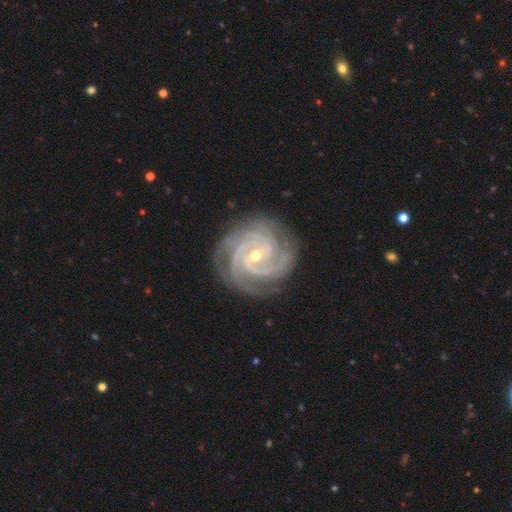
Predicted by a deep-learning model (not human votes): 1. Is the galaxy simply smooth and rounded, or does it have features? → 94% featured or disk, 4% star or artifact, 3% smooth.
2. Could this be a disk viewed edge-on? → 98% no, 2% yes.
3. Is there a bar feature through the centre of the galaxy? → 42% no, 40% weak, 18% strong.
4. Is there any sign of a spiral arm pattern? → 99% yes, 1% no.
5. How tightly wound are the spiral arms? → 78% tight, 20% medium, 2% loose.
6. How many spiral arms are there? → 35% 3, 31% 4, 10% 2, 10% can't tell, 8% more than 4, 6% 1.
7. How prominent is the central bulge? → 56% small, 42% moderate, 1% large, 1% none, 1% dominant.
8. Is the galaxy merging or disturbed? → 81% none, 14% minor disturbance, 4% major disturbance, 1% merger.